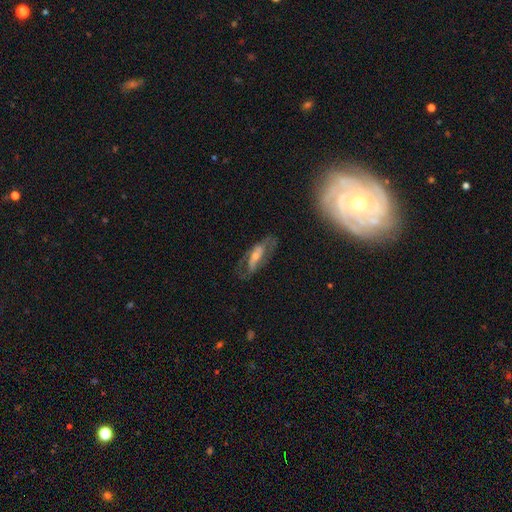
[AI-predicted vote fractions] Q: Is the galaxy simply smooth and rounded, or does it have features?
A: featured or disk — 69%.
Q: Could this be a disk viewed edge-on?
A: no — 79%.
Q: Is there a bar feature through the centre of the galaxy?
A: no — 35%.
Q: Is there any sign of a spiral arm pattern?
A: yes — 74%.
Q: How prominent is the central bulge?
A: moderate — 45%, tied with small.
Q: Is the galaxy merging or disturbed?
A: none — 63%.